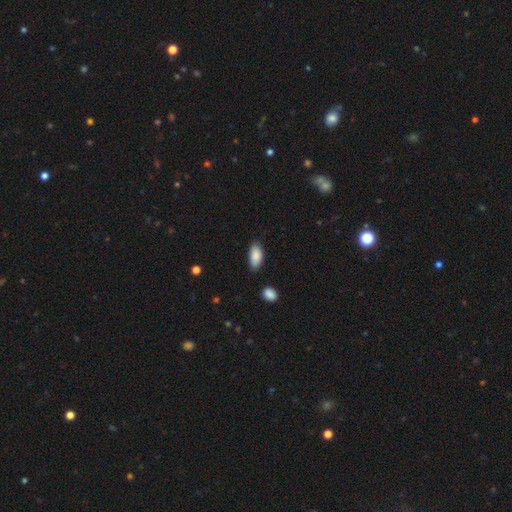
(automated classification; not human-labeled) Smooth or featured?
  - smooth: 88% *
  - star or artifact: 7%
  - featured or disk: 5%
How rounded?
  - in between: 92% *
  - cigar-shaped: 6%
  - round: 3%
Merging?
  - none: 79% *
  - minor disturbance: 16%
  - major disturbance: 3%
  - merger: 2%